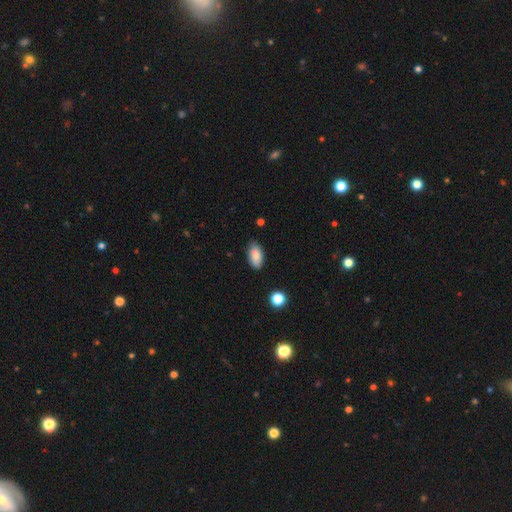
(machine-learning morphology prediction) type=smooth (85%); roundness=in between (93%); merging=none (80%).